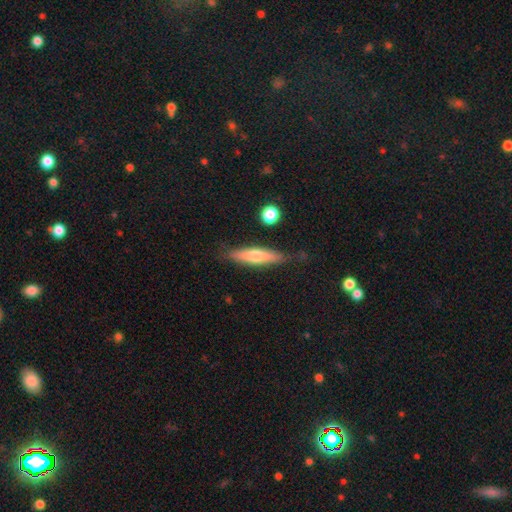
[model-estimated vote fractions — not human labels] smooth 59%, featured or disk 35%, star or artifact 6%. Down the decision tree: how rounded — cigar-shaped (77%); merging — none (79%).